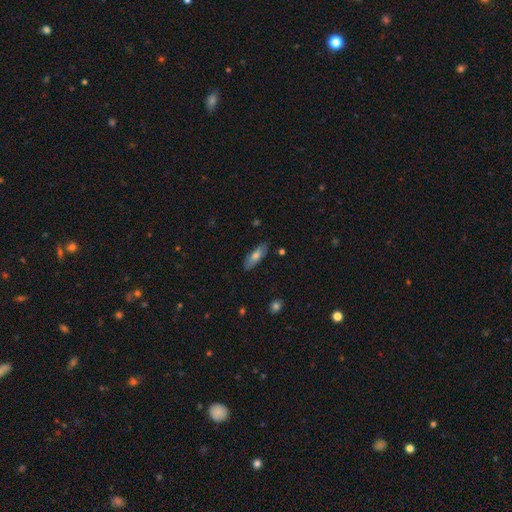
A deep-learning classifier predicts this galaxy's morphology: This is likely a smooth galaxy (66%). How rounded: likely in between (65%). Merging: clearly none (84%).